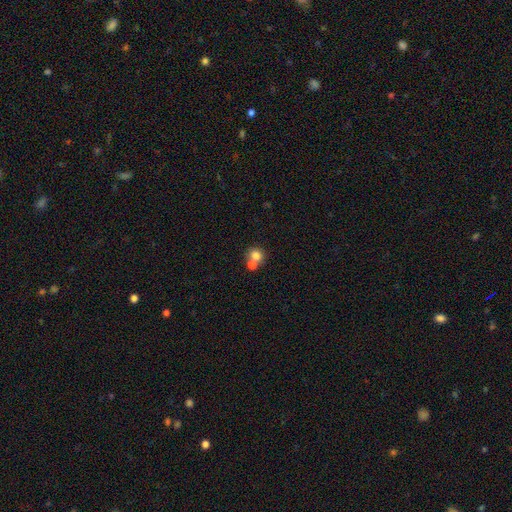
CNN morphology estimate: This appears to be a smooth galaxy with no disk features (78%) that is round (80%). Merging: none (45%).